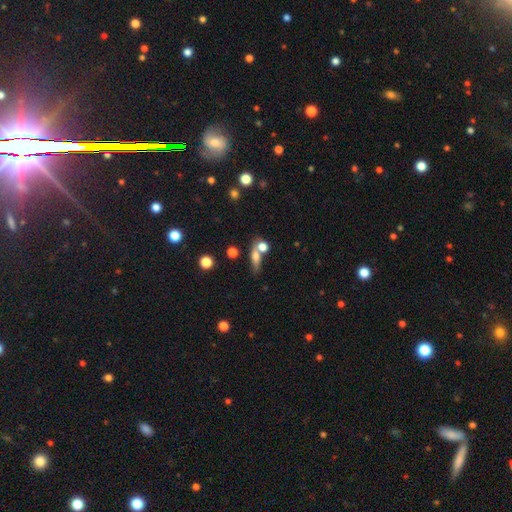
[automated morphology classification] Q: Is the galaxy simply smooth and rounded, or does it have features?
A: smooth — 65%.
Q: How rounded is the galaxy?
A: in between — 44%.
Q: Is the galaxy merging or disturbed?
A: none — 49%.